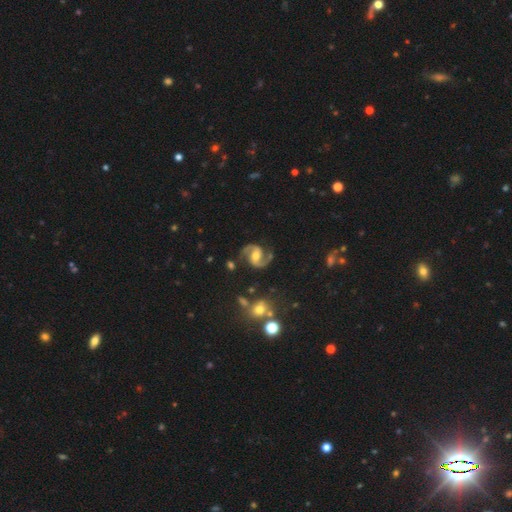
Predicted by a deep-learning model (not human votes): Smooth or featured?
  - featured or disk: 92% *
  - star or artifact: 5%
  - smooth: 4%
Edge-on disk?
  - no: 98% *
  - yes: 2%
Bar?
  - weak: 45% *
  - no: 31%
  - strong: 24%
Spiral arms?
  - yes: 98% *
  - no: 2%
Spiral winding?
  - medium: 62% *
  - loose: 23%
  - tight: 14%
Spiral arm count?
  - 2: 94% *
  - can't tell: 1%
  - 1: 1%
  - 3: 1%
  - 4: 1%
  - more than 4: 1%
Bulge size?
  - moderate: 63% *
  - small: 26%
  - large: 7%
  - none: 3%
  - dominant: 1%
Merging?
  - none: 81% *
  - minor disturbance: 12%
  - major disturbance: 5%
  - merger: 2%